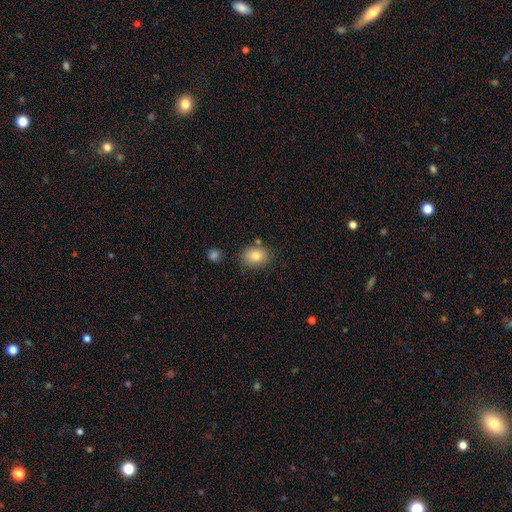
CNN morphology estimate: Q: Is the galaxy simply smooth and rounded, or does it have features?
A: smooth — 82%.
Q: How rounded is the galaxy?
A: in between — 57%.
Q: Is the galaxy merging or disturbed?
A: none — 78%.